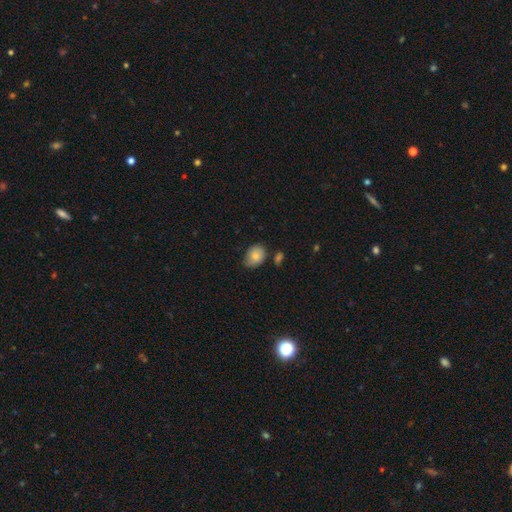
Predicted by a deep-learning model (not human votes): This is likely a smooth galaxy (78%). How rounded: likely in between (61%). Merging: possibly none (59%).